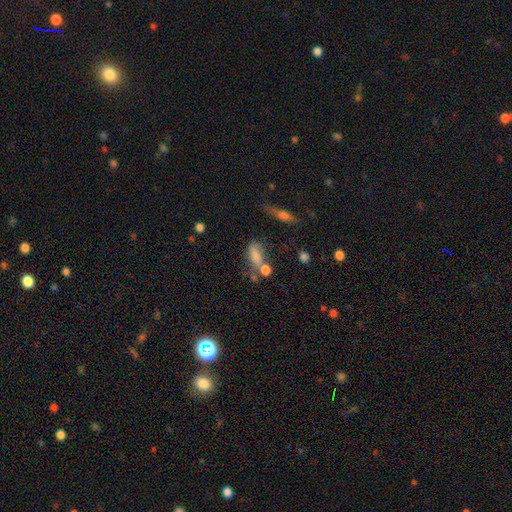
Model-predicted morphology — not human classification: Smooth or featured? smooth (69%)
How rounded? in between (73%)
Merging? none (36%)